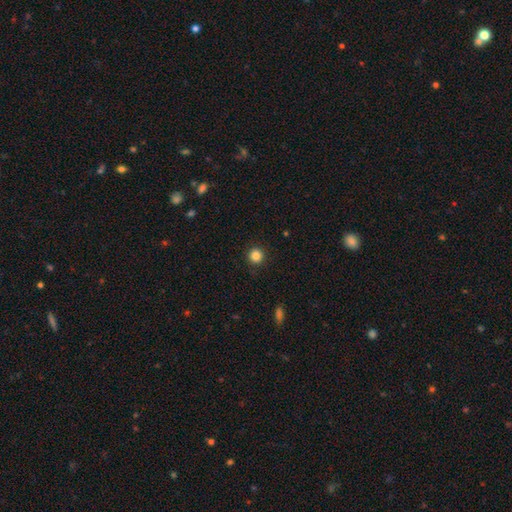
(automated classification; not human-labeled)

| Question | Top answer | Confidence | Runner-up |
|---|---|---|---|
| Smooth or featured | smooth | 85% | star or artifact (11%) |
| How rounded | round | 95% | in between (4%) |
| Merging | none | 92% | minor disturbance (5%) |